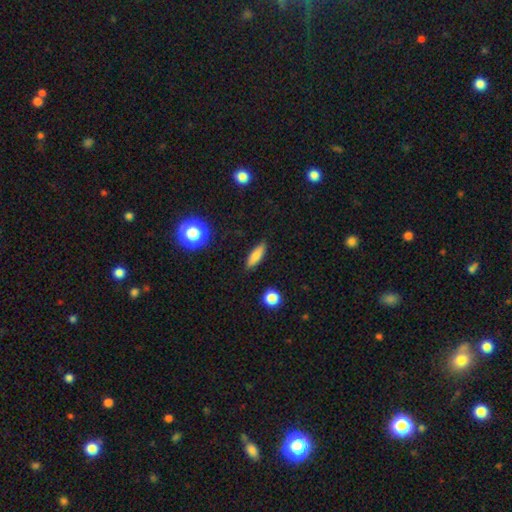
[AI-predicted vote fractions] Morphology: type=smooth (79%); roundness=in between (51%); merging=none (86%).